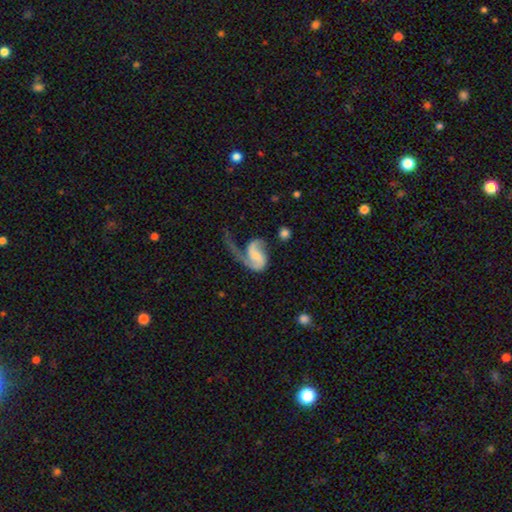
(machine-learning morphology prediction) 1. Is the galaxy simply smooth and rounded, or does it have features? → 80% featured or disk, 14% smooth, 6% star or artifact.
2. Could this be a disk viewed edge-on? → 98% no, 2% yes.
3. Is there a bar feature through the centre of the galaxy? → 47% no, 40% weak, 13% strong.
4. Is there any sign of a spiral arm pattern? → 93% yes, 7% no.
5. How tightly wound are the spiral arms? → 56% loose, 34% medium, 10% tight.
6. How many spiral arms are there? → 68% 2, 26% 1, 3% can't tell, 1% 3, 1% 4, 1% more than 4.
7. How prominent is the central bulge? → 36% small, 29% none, 27% moderate, 7% large, 2% dominant.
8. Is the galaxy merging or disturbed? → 52% major disturbance, 24% none, 18% minor disturbance, 7% merger.